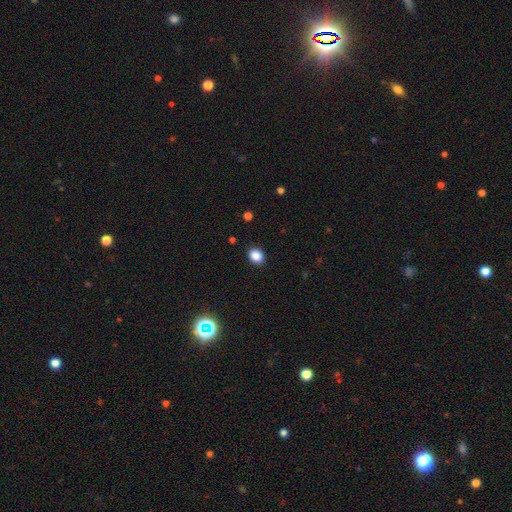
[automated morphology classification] Q: Smooth or featured?
A: smooth (87%); runner-up: star or artifact (10%)
Q: How rounded?
A: round (52%); runner-up: in between (47%)
Q: Merging?
A: none (90%); runner-up: minor disturbance (7%)